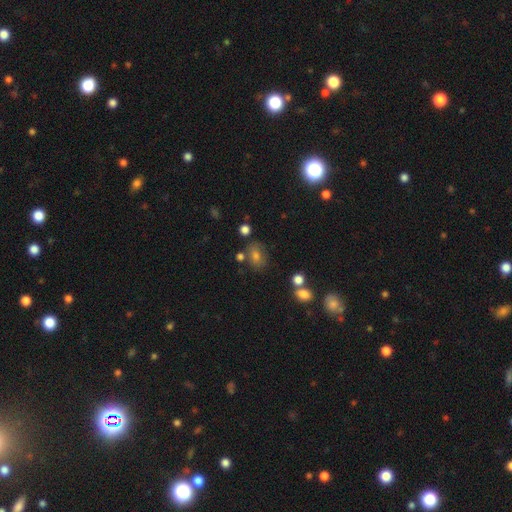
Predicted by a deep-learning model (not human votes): This is likely a smooth galaxy (70%). How rounded: likely in between (67%). Merging: likely none (68%).